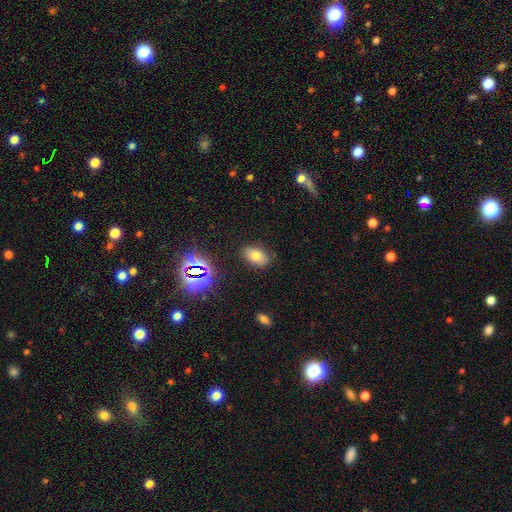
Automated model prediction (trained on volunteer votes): Smooth or featured?
  - smooth: 72% *
  - star or artifact: 17%
  - featured or disk: 11%
How rounded?
  - in between: 88% *
  - round: 11%
  - cigar-shaped: 2%
Merging?
  - none: 84% *
  - minor disturbance: 11%
  - major disturbance: 3%
  - merger: 2%